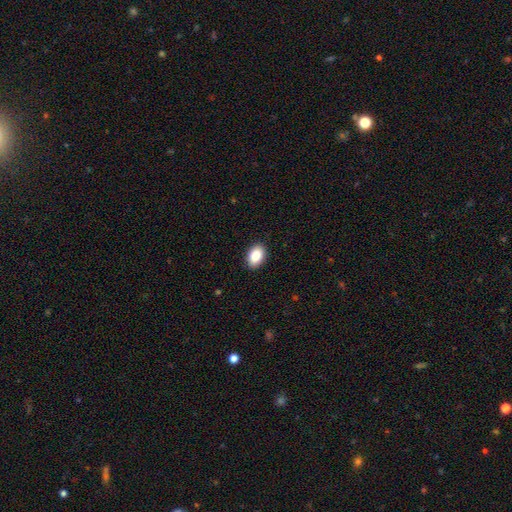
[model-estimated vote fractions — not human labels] Smooth or featured: smooth — 86% (star or artifact — 7%)
How rounded: in between — 87% (round — 12%)
Merging: none — 90% (minor disturbance — 7%)